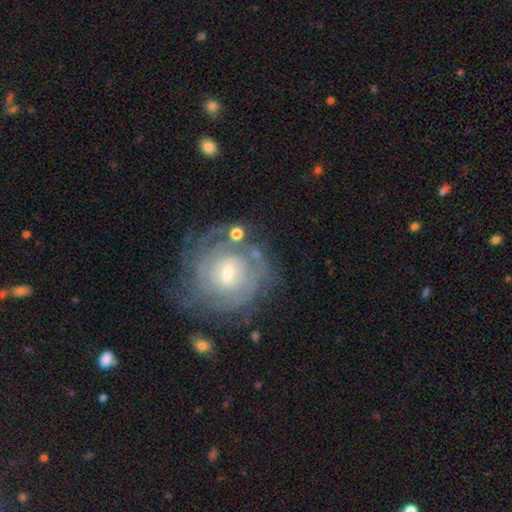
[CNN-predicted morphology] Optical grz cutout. It shows a featured or disk galaxy (81%) with a weak bar (51%), tight (75%) spiral arms (91%) and a small central bulge (53%). Merging: none (64%).